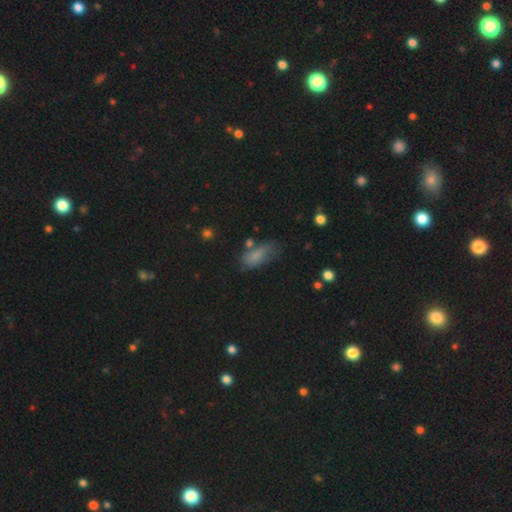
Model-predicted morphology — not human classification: Smooth or featured? smooth (75%)
How rounded? in between (82%)
Merging? none (47%)